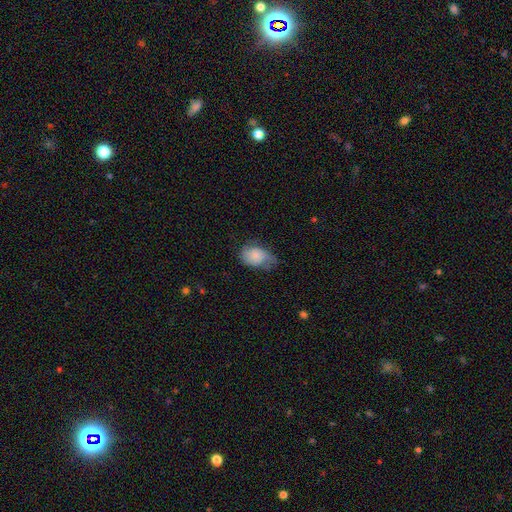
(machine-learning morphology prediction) Smooth or featured: smooth — 63% (featured or disk — 29%)
How rounded: in between — 78% (round — 20%)
Merging: minor disturbance — 39% (none — 35%)